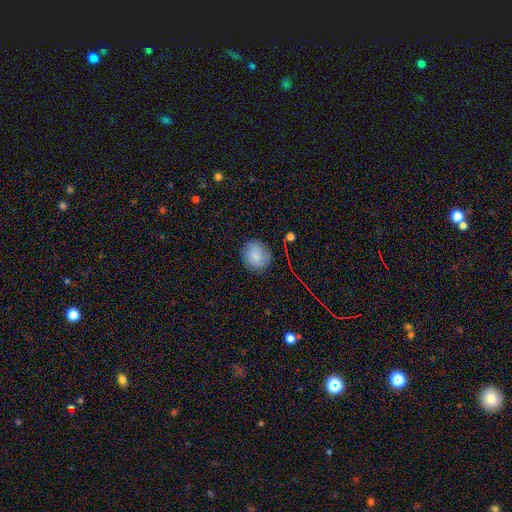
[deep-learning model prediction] Overall: smooth (82%). How rounded: round (81%). Merging: none (80%).